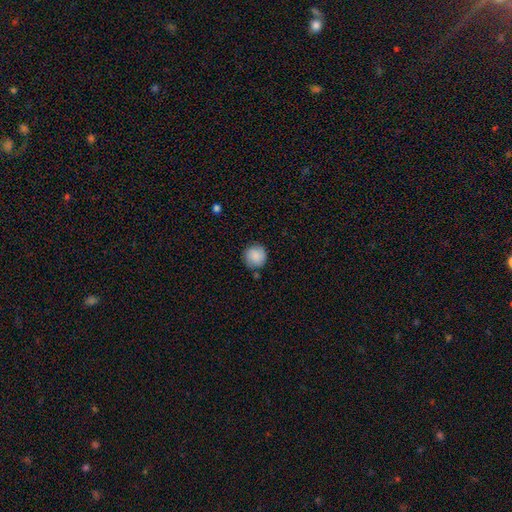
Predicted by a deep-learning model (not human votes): The model was most divided on "merging": none: 81%, minor disturbance: 13%, merger: 3%, major disturbance: 3%. More confident: how rounded — round (93%); smooth or featured — smooth (83%).